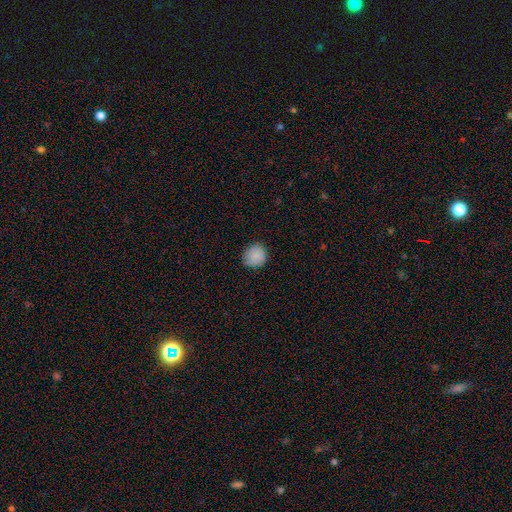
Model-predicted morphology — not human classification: Smooth or featured: smooth — 87% (star or artifact — 8%)
How rounded: round — 86% (in between — 13%)
Merging: none — 81% (minor disturbance — 15%)